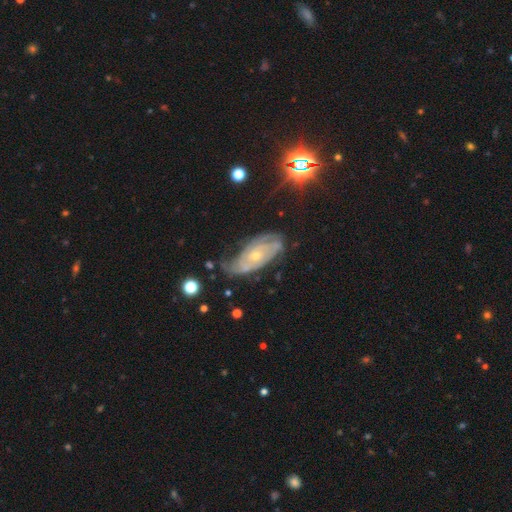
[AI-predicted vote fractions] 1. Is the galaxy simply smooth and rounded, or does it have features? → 80% featured or disk, 13% smooth, 7% star or artifact.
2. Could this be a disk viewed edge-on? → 92% no, 8% yes.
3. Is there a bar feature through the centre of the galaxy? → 76% no, 19% weak, 5% strong.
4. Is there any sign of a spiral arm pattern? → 90% yes, 10% no.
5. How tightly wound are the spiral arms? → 63% tight, 28% medium, 9% loose.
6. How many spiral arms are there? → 41% can't tell, 33% 2, 12% 3, 6% 4, 5% 1, 4% more than 4.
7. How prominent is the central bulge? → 69% small, 28% moderate, 1% none, 1% large, 1% dominant.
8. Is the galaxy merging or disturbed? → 59% none, 28% minor disturbance, 11% major disturbance, 2% merger.